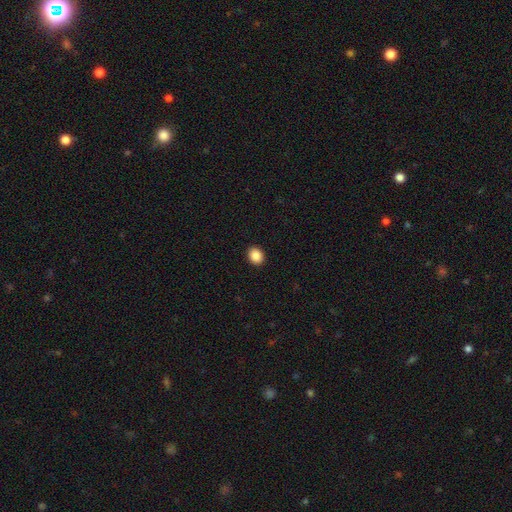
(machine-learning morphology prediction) This appears to be a smooth galaxy with no disk features (88%) that is round (53%). Merging: none (92%).